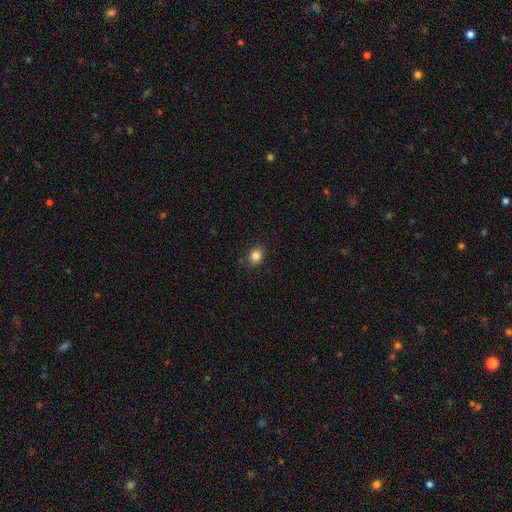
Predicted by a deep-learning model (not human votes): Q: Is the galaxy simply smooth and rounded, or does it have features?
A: smooth — 85%.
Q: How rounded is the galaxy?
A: round — 51%.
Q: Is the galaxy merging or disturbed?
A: none — 86%.